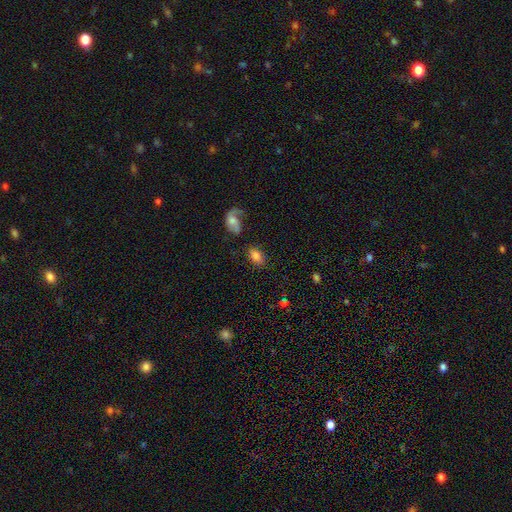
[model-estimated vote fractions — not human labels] Q: Smooth or featured?
A: smooth (80%); runner-up: featured or disk (11%)
Q: How rounded?
A: in between (91%); runner-up: round (7%)
Q: Merging?
A: none (71%); runner-up: minor disturbance (14%)